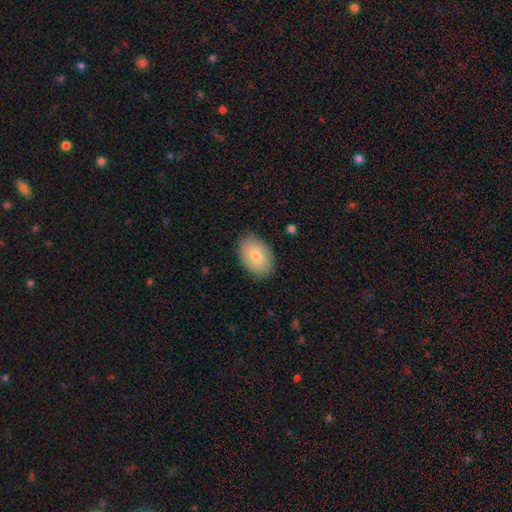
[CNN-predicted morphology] type=smooth (80%); roundness=in between (88%); merging=none (88%).